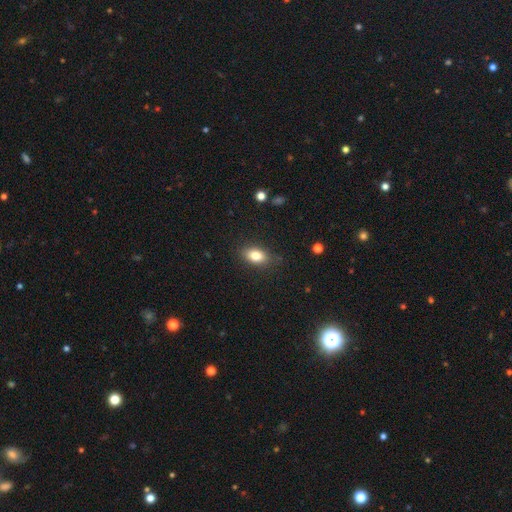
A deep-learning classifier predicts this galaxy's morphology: Q: Smooth or featured?
A: smooth (80%); runner-up: featured or disk (11%)
Q: How rounded?
A: in between (84%); runner-up: round (12%)
Q: Merging?
A: none (83%); runner-up: minor disturbance (13%)